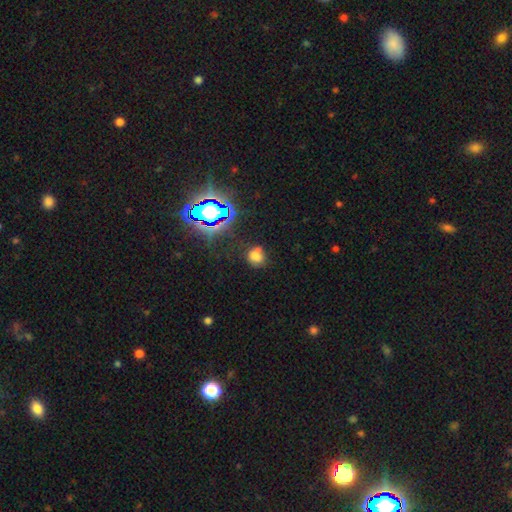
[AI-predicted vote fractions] Morphology: type=smooth (63%); roundness=round (65%); merging=none (57%).